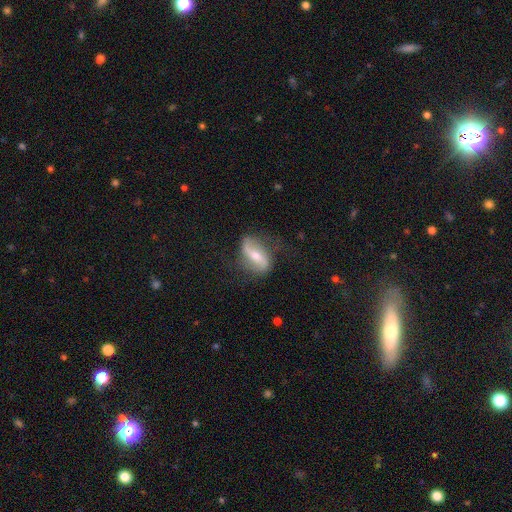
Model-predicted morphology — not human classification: Overall: featured or disk (76%). Edge-on disk: no (92%). Bar: strong (44%; weak 32%). Spiral arms: yes (89%). Spiral arm count: 2 (89%). Spiral winding: loose (79%). Bulge size: moderate (51%; small 43%). Merging: none (70%).